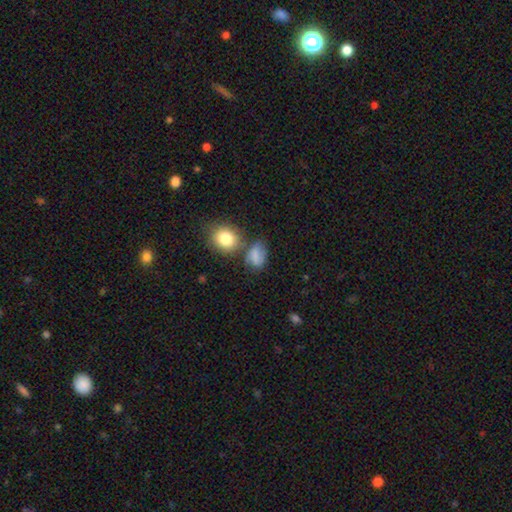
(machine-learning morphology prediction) This appears to be a smooth galaxy with no disk features (73%) that is in between round and cigar-shaped (70%). Merging: none (49%).